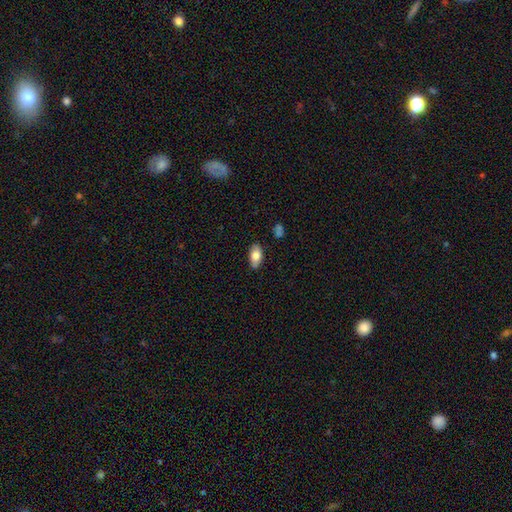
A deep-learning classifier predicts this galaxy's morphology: This is likely a smooth galaxy (78%). How rounded: clearly in between (92%). Merging: clearly none (83%).